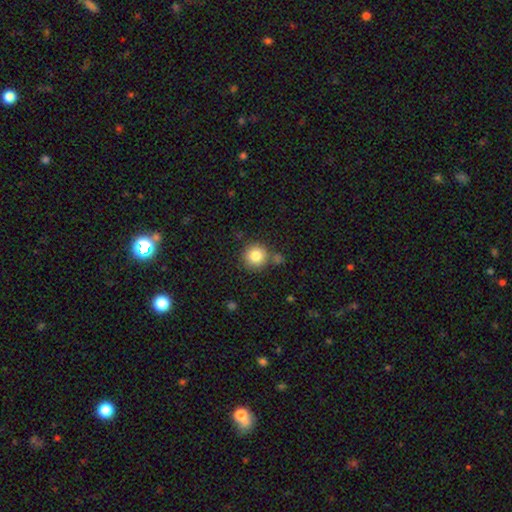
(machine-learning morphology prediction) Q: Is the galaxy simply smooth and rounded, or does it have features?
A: smooth — 83%.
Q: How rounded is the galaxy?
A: round — 93%.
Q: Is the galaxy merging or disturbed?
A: none — 76%.